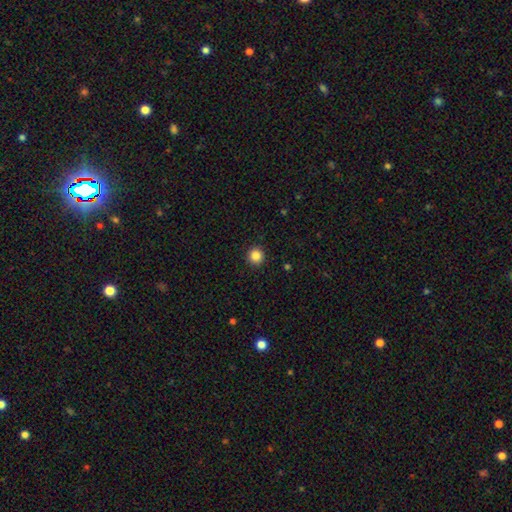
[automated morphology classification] smooth-or-featured: smooth: 85% | star or artifact: 11% | featured or disk: 4%
  how-rounded: round: 95% | in between: 4% | cigar-shaped: 1%
  merging: none: 93% | minor disturbance: 5% | major disturbance: 2% | merger: 1%